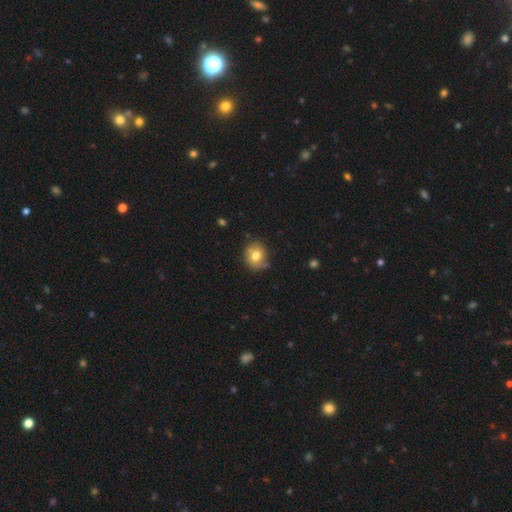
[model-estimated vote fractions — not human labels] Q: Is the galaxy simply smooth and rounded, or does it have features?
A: smooth — 72%.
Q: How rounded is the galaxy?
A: round — 69%.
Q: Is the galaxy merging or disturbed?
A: none — 63%.